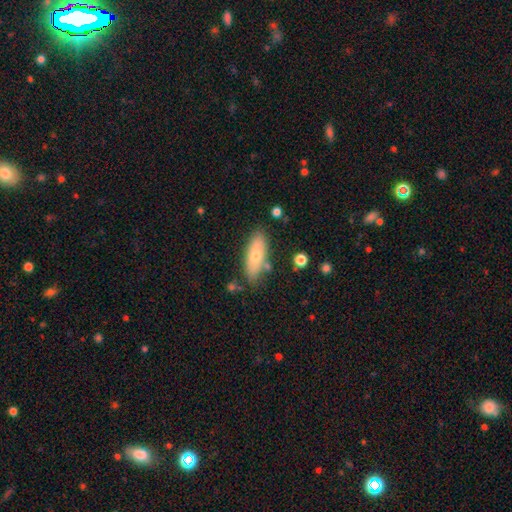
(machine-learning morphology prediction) This appears to be a smooth galaxy with no disk features (62%) that is in between round and cigar-shaped (74%). Merging: none (76%).